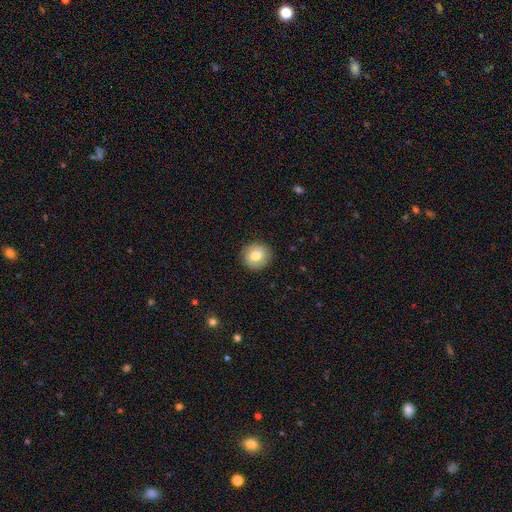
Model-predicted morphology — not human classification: This appears to be a smooth galaxy with no disk features (63%) that is round (87%). Merging: none (88%).